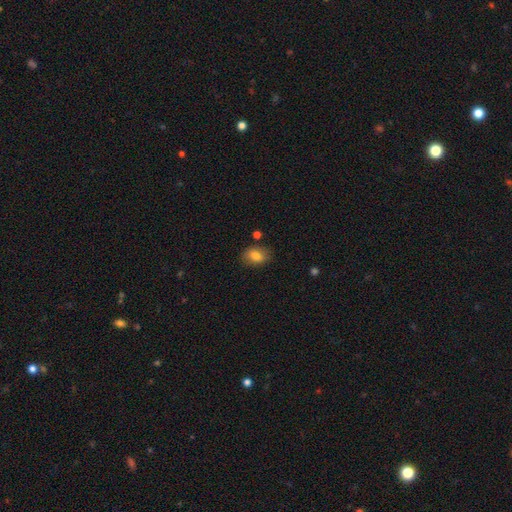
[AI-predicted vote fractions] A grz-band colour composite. It shows a smooth galaxy with no disk features (78%) that is in between round and cigar-shaped (76%). Merging: none (77%).